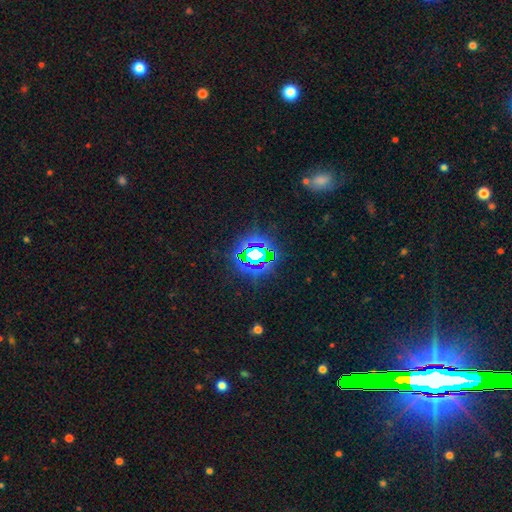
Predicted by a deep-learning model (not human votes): Smooth or featured? Predicted: star or artifact (p=0.74).